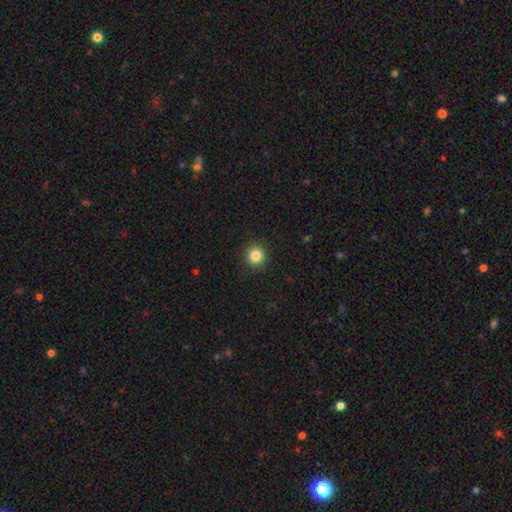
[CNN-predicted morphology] smooth 85%, star or artifact 11%, featured or disk 4%. Down the decision tree: how rounded — round (94%); merging — none (92%).